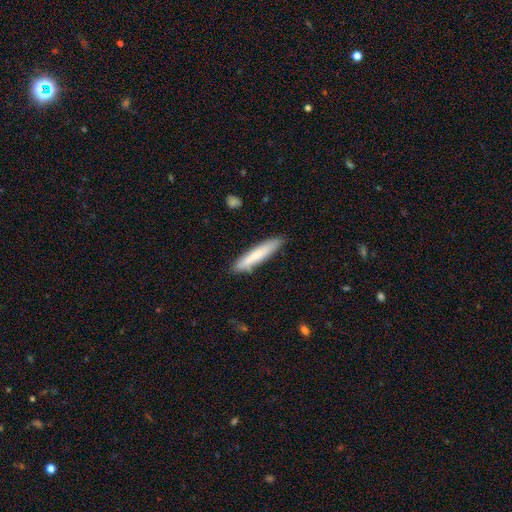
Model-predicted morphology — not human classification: Overall: smooth (73%). How rounded: cigar-shaped (90%). Merging: none (87%).